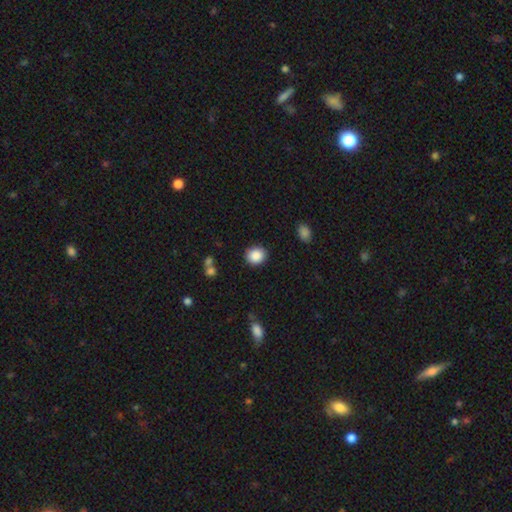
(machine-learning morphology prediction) A smooth galaxy with no disk features (88%) that is round (80%).

Vote fractions:
- Smooth or featured? smooth: 88% / star or artifact: 8% / featured or disk: 3%
- How rounded? round: 80% / in between: 19% / cigar-shaped: 1%
- Merging? none: 87% / minor disturbance: 9% / major disturbance: 2% / merger: 2%